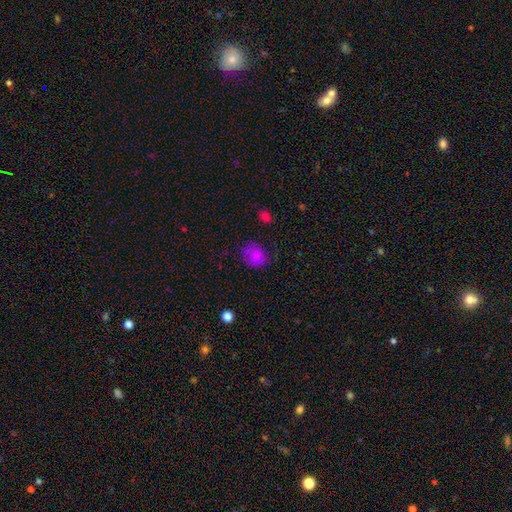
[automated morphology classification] The model was most divided on "how rounded": round: 67%, in between: 32%, cigar-shaped: 1%. More confident: smooth or featured — smooth (74%); merging — none (67%).